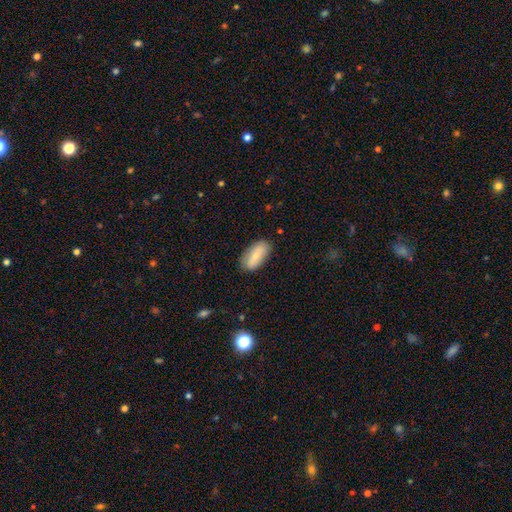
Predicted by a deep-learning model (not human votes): A smooth galaxy with no disk features (72%) that is in between round and cigar-shaped (89%).

Vote fractions:
- Smooth or featured? smooth: 72% / featured or disk: 21% / star or artifact: 7%
- How rounded? in between: 89% / cigar-shaped: 8% / round: 3%
- Merging? none: 80% / minor disturbance: 15% / major disturbance: 3% / merger: 1%